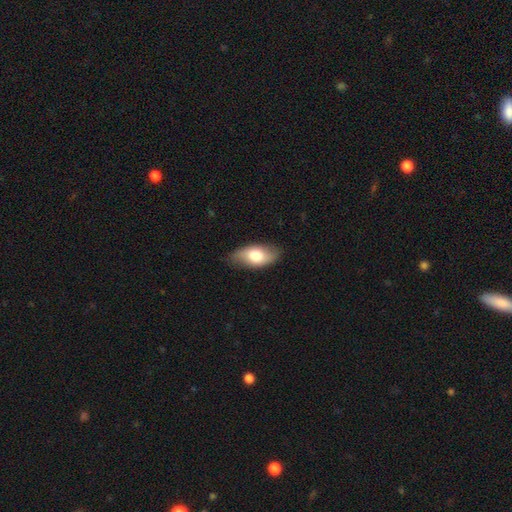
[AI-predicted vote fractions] This is likely a smooth galaxy (70%). How rounded: clearly in between (91%). Merging: likely none (79%).